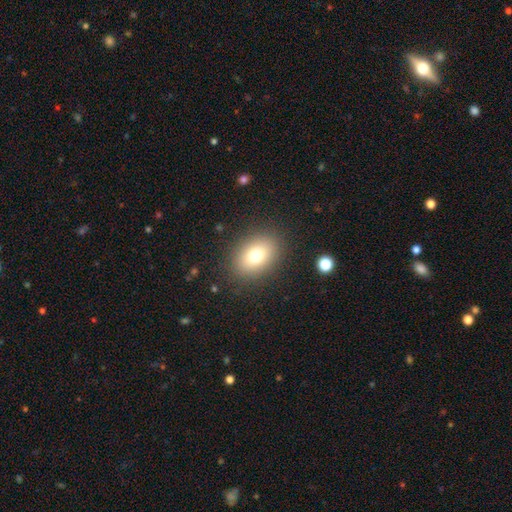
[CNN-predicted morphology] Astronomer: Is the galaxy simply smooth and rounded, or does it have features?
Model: smooth — 74%.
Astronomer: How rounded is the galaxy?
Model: in between — 72%.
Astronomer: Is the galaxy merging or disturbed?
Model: none — 86%.